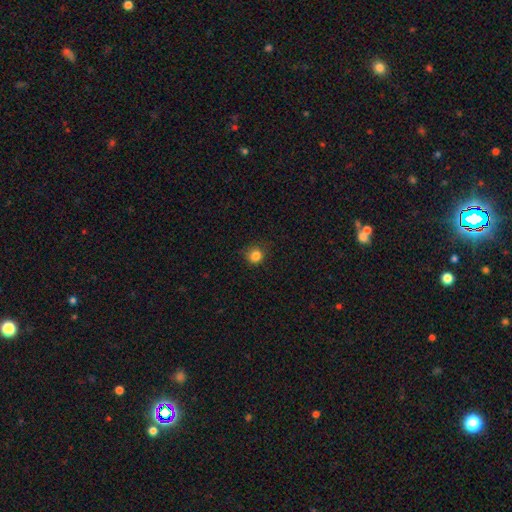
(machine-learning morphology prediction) Overall: smooth (84%). How rounded: round (92%). Merging: none (82%).